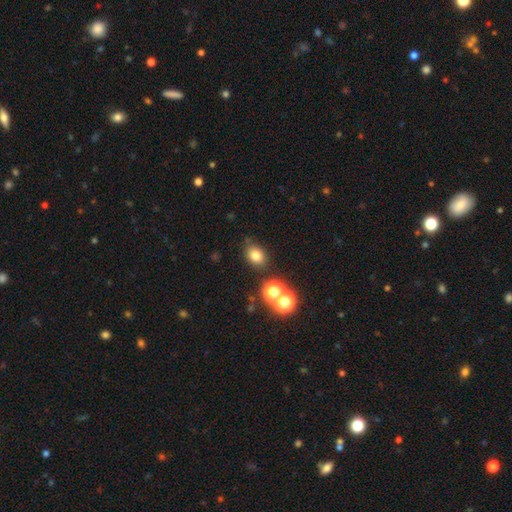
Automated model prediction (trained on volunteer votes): The model was most divided on "how rounded": in between: 55%, round: 44%, cigar-shaped: 1%. More confident: merging — none (77%); smooth or featured — smooth (76%).